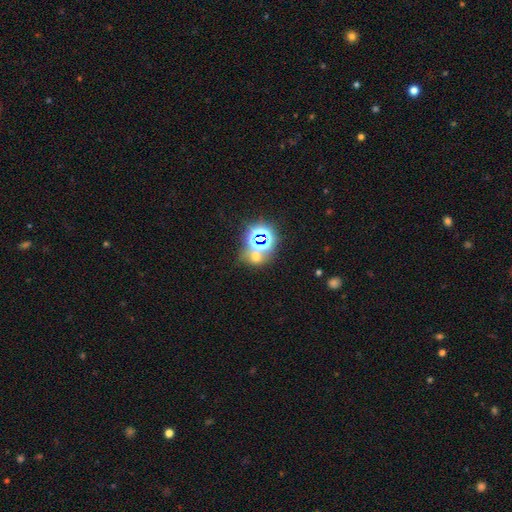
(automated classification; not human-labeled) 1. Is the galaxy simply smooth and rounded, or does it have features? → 52% star or artifact, 37% smooth, 10% featured or disk.